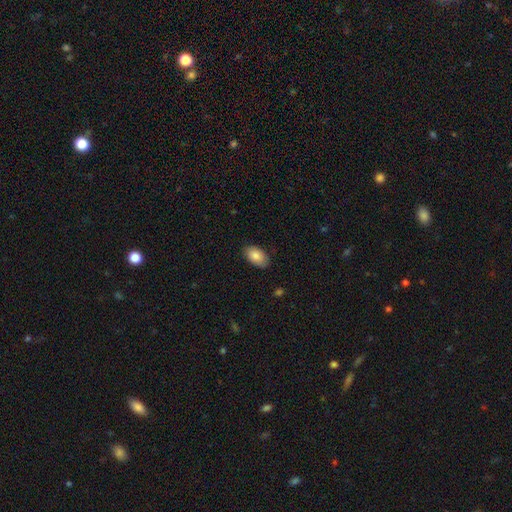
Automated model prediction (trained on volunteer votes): smooth-or-featured: smooth: 85% | featured or disk: 8% | star or artifact: 7%
  how-rounded: in between: 93% | round: 6% | cigar-shaped: 1%
  merging: none: 84% | minor disturbance: 13% | major disturbance: 2% | merger: 1%